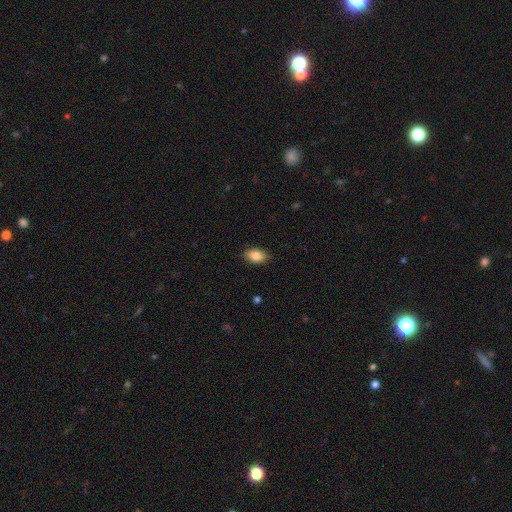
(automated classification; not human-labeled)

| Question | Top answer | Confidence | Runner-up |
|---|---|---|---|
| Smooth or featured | smooth | 86% | star or artifact (8%) |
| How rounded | in between | 88% | round (10%) |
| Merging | none | 88% | minor disturbance (9%) |